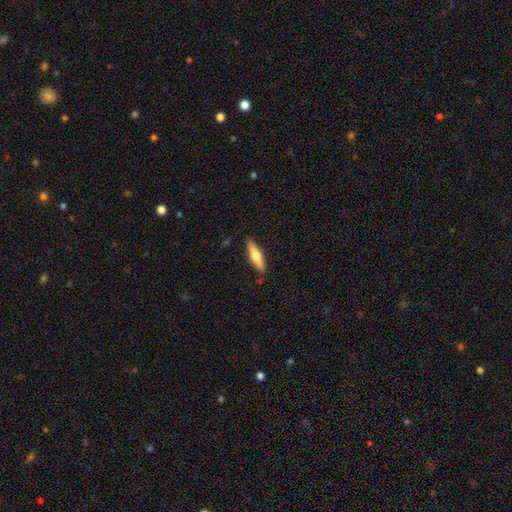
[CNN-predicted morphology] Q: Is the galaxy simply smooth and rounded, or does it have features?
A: smooth — 53%.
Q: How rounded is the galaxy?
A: cigar-shaped — 71%.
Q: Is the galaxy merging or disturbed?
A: none — 86%.